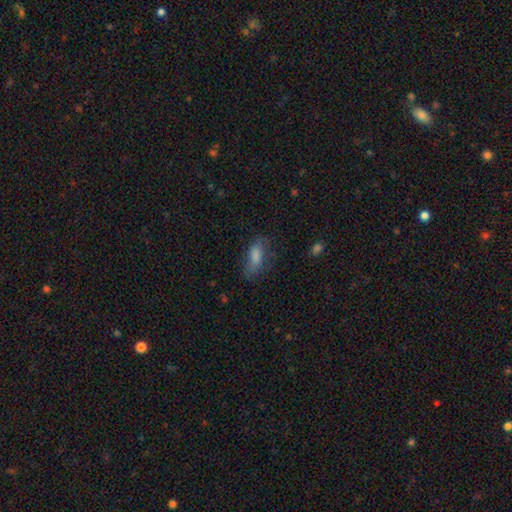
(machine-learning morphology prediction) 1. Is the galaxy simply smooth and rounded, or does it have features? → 71% smooth, 18% featured or disk, 12% star or artifact.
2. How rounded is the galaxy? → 72% in between, 24% cigar-shaped, 4% round.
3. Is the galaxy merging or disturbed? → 63% none, 24% minor disturbance, 12% major disturbance, 2% merger.